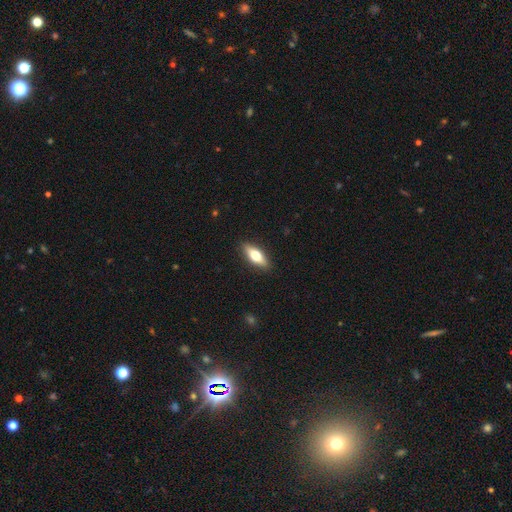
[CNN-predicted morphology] Smooth or featured?
  - smooth: 60% *
  - featured or disk: 34%
  - star or artifact: 6%
How rounded?
  - in between: 65% *
  - cigar-shaped: 32%
  - round: 3%
Merging?
  - none: 89% *
  - minor disturbance: 8%
  - major disturbance: 2%
  - merger: 1%